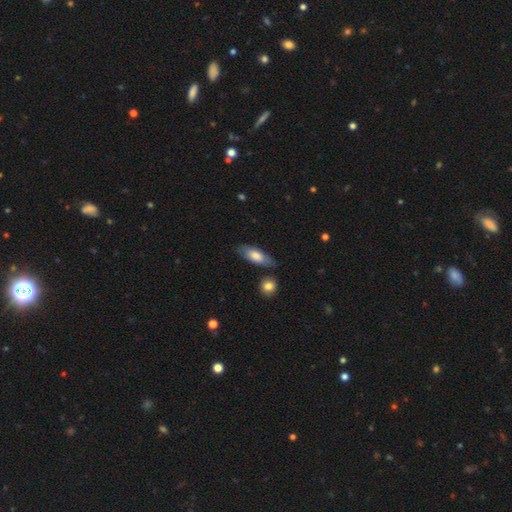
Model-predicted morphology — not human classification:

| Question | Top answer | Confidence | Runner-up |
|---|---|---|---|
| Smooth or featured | smooth | 73% | featured or disk (22%) |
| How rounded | in between | 72% | cigar-shaped (26%) |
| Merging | none | 76% | minor disturbance (15%) |